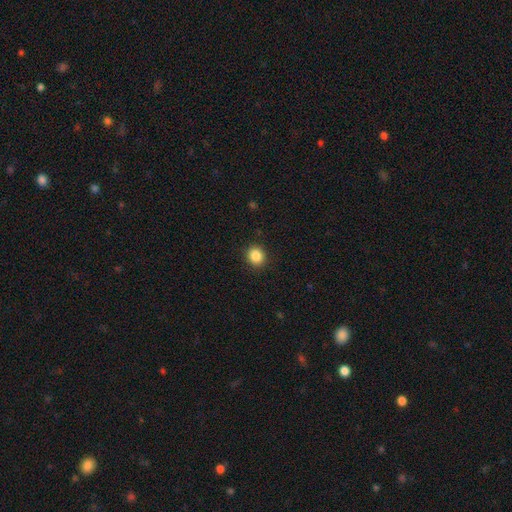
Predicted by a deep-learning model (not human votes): smooth 87%, star or artifact 10%, featured or disk 4%. Down the decision tree: how rounded — round (81%); merging — none (91%).